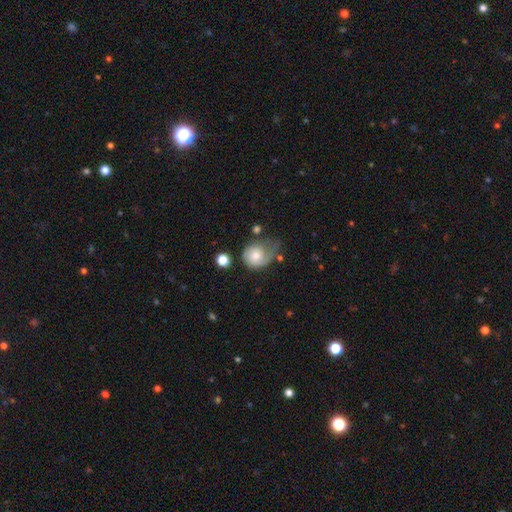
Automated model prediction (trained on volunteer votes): A smooth galaxy with no disk features (47%). Merging: major disturbance (36%).